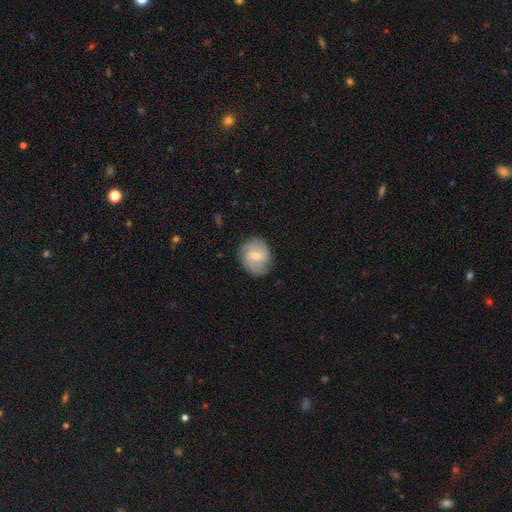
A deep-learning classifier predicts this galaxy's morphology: Smooth or featured: featured or disk — 64% (smooth — 29%)
Edge-on disk: no — 97% (yes — 3%)
Bar: weak — 47% (no — 43%)
Spiral arms: yes — 89% (no — 11%)
Spiral winding: medium — 42% (tight — 38%)
Spiral arm count: 2 — 43% (can't tell — 23%)
Bulge size: small — 54% (moderate — 43%)
Merging: none — 80% (minor disturbance — 15%)